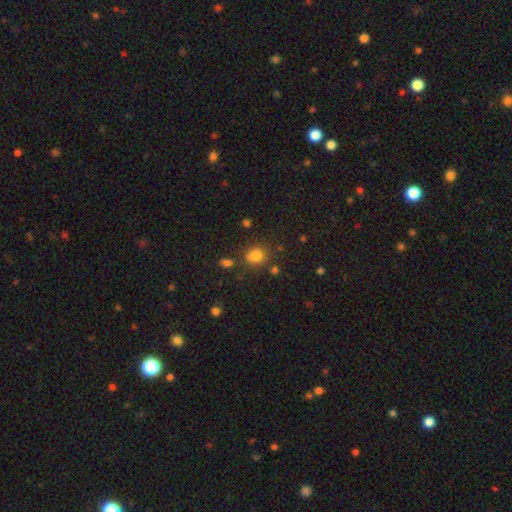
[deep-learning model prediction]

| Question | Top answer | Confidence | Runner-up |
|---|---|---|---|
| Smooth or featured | smooth | 79% | star or artifact (14%) |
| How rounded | round | 63% | in between (36%) |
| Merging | none | 71% | minor disturbance (16%) |